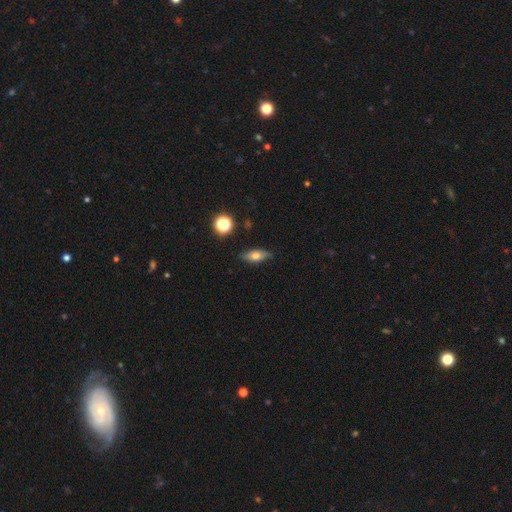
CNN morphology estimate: This is likely a smooth galaxy (64%). How rounded: likely in between (73%). Merging: clearly none (82%).